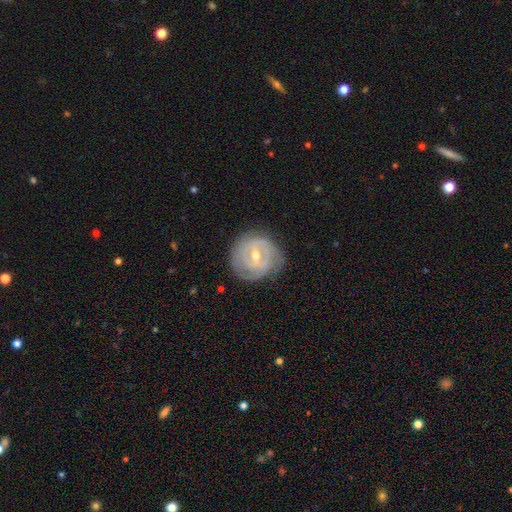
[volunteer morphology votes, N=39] Smooth or featured: featured or disk — 87% (smooth — 10%)
Edge-on disk: no — 100%
Bar: no — 53% (weak — 35%)
Spiral arms: yes — 97% (no — 3%)
Spiral winding: tight — 79% (medium — 18%)
Spiral arm count: 3 — 42% (can't tell — 33%)
Bulge size: moderate — 59% (small — 38%)
Merging: none — 82% (minor disturbance — 16%)